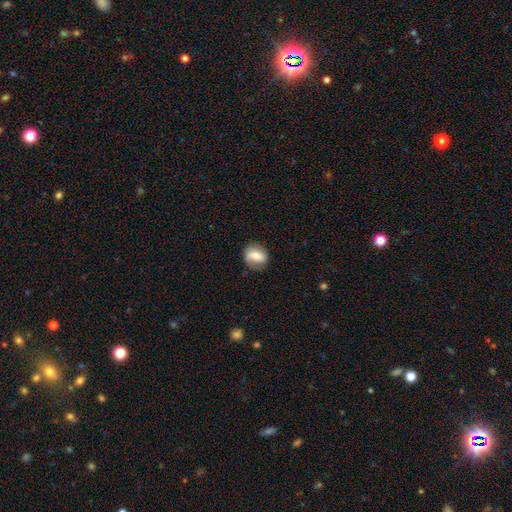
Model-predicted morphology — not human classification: Overall: smooth (52%; featured or disk 40%). How rounded: round (52%; in between 46%). Merging: none (71%).